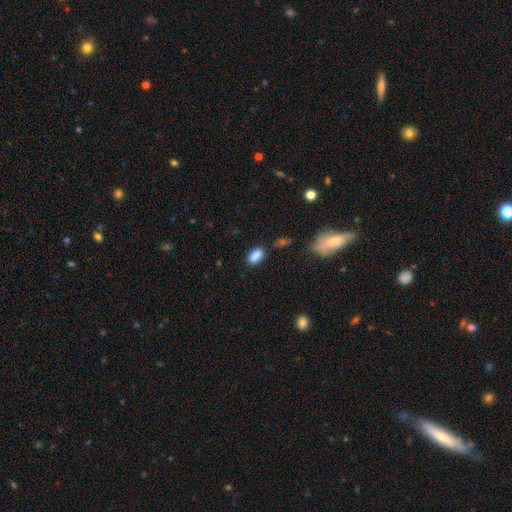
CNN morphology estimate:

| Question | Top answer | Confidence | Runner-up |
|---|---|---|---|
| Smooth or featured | smooth | 87% | star or artifact (9%) |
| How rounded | in between | 91% | round (6%) |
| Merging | none | 80% | minor disturbance (13%) |